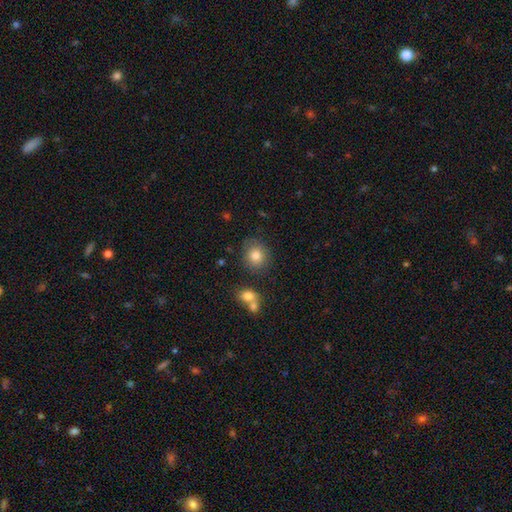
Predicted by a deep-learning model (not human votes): This is clearly a smooth galaxy (82%). How rounded: clearly round (81%). Merging: likely none (79%).